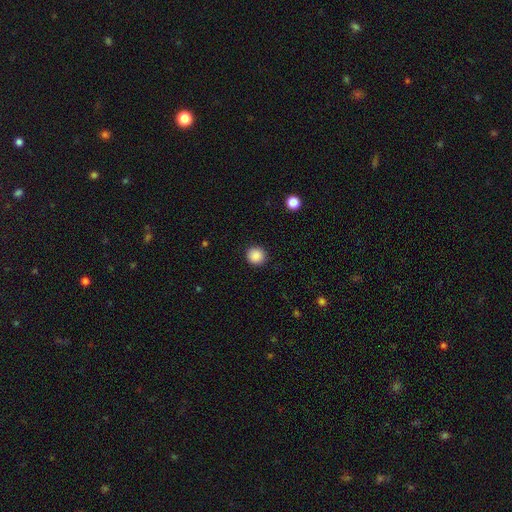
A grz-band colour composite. It shows a smooth galaxy with no disk features (92%) that is round (85%). Merging: none (97%).